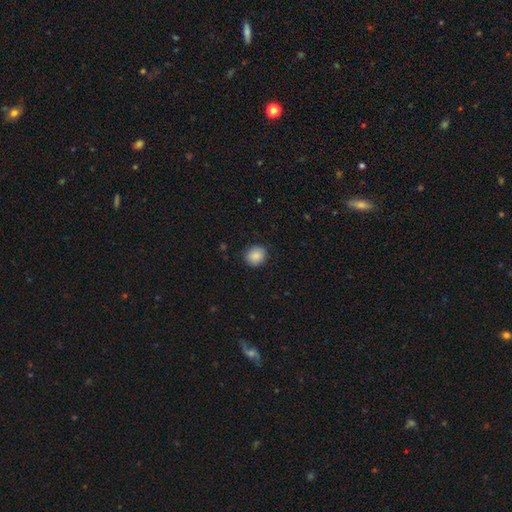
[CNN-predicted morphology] smooth_or_featured: smooth (p=0.87) [alt: star or artifact p=0.08]
how_rounded: round (p=0.78) [alt: in between p=0.21]
merging: none (p=0.87) [alt: minor disturbance p=0.09]